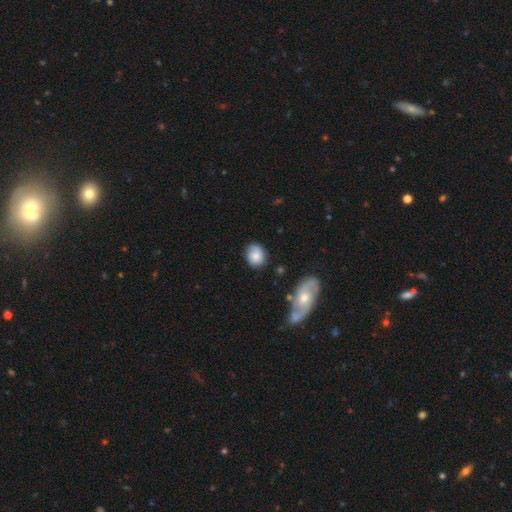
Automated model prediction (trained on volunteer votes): Smooth or featured?
  - smooth: 77% *
  - featured or disk: 15%
  - star or artifact: 8%
How rounded?
  - round: 62% *
  - in between: 36%
  - cigar-shaped: 1%
Merging?
  - none: 74% *
  - minor disturbance: 18%
  - major disturbance: 4%
  - merger: 3%